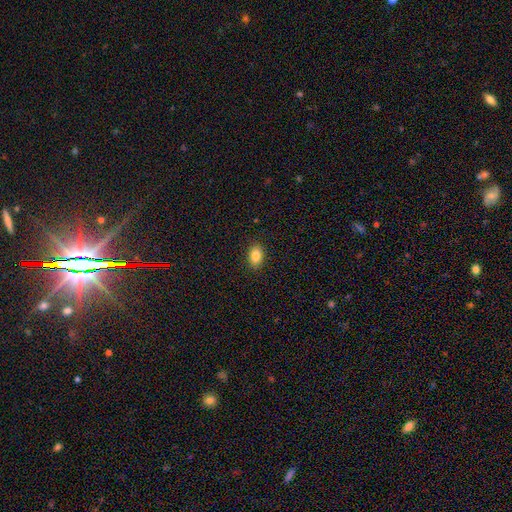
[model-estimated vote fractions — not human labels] Smooth or featured?
  - smooth: 85% *
  - star or artifact: 9%
  - featured or disk: 6%
How rounded?
  - in between: 80% *
  - round: 19%
  - cigar-shaped: 1%
Merging?
  - none: 90% *
  - minor disturbance: 7%
  - major disturbance: 2%
  - merger: 1%